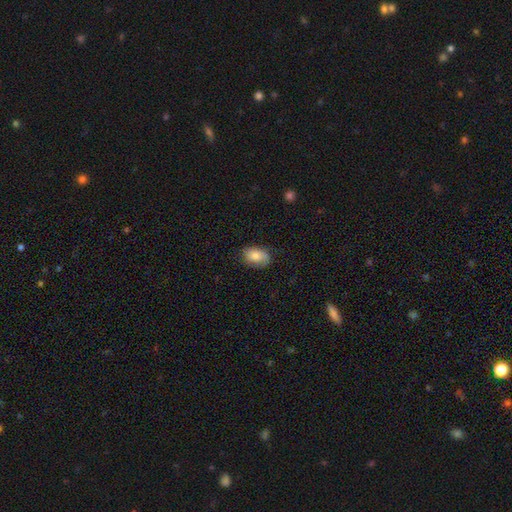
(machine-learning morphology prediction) A smooth galaxy with no disk features (72%) that is in between round and cigar-shaped (86%).

Vote fractions:
- Smooth or featured? smooth: 72% / featured or disk: 21% / star or artifact: 7%
- How rounded? in between: 86% / round: 12% / cigar-shaped: 1%
- Merging? none: 68% / minor disturbance: 24% / major disturbance: 7% / merger: 1%